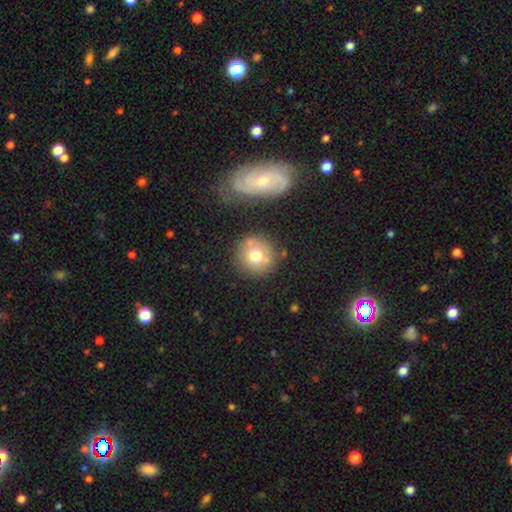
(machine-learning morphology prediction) A smooth galaxy with no disk features (71%) that is round (93%). Merging: none (74%).